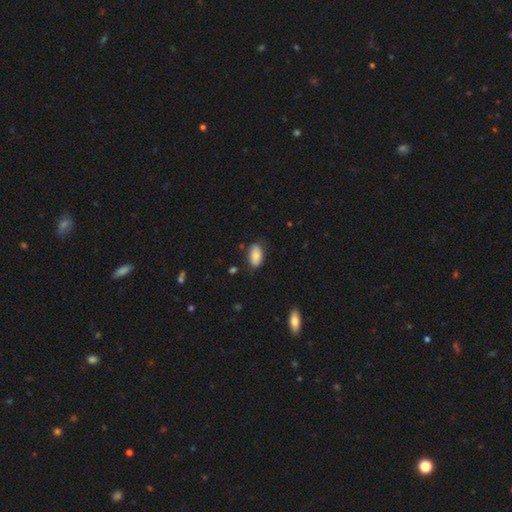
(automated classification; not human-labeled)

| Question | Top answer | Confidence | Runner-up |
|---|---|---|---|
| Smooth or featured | smooth | 83% | featured or disk (10%) |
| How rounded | in between | 94% | round (4%) |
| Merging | none | 81% | minor disturbance (14%) |